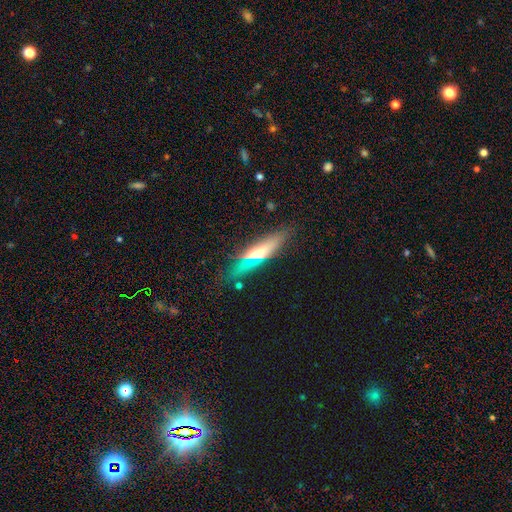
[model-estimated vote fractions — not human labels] Smooth or featured?
  - smooth: 46% *
  - featured or disk: 44%
  - star or artifact: 10%
Merging?
  - none: 82% *
  - minor disturbance: 13%
  - major disturbance: 4%
  - merger: 2%